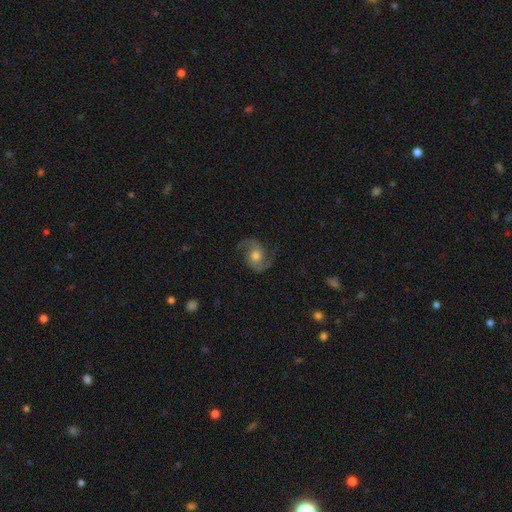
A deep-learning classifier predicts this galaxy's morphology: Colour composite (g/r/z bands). It shows a featured or disk galaxy (87%) with no bar (70%), 2 (94%) medium (54%) spiral arms (97%) and a moderate central bulge (70%). Merging: none (79%).